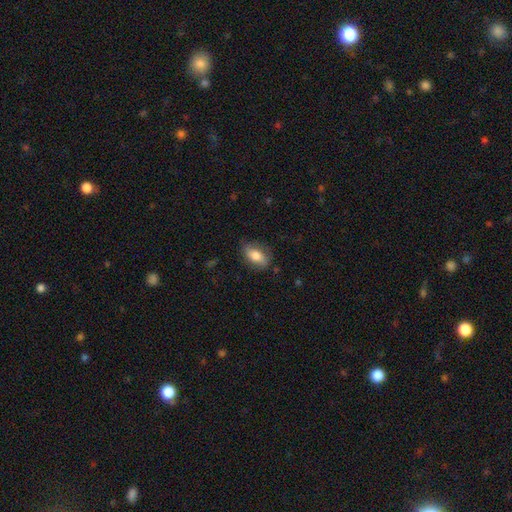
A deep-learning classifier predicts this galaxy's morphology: smooth_or_featured: smooth (p=0.69) [alt: featured or disk p=0.24]
how_rounded: in between (p=0.85) [alt: round p=0.09]
merging: none (p=0.74) [alt: minor disturbance p=0.20]